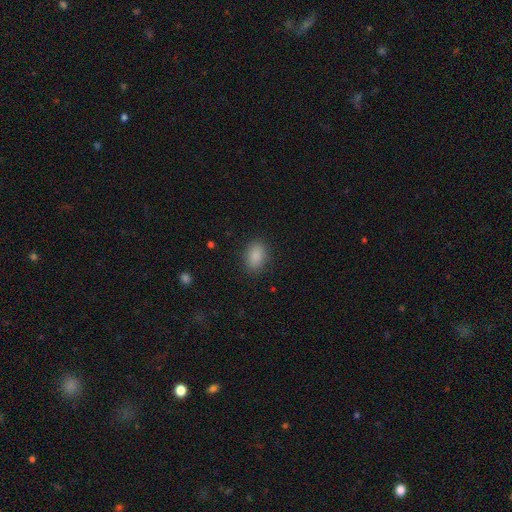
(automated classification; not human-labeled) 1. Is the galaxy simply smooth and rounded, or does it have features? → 88% smooth, 8% star or artifact, 4% featured or disk.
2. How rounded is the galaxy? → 81% in between, 18% round, 1% cigar-shaped.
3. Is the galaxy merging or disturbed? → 86% none, 10% minor disturbance, 3% major disturbance, 1% merger.